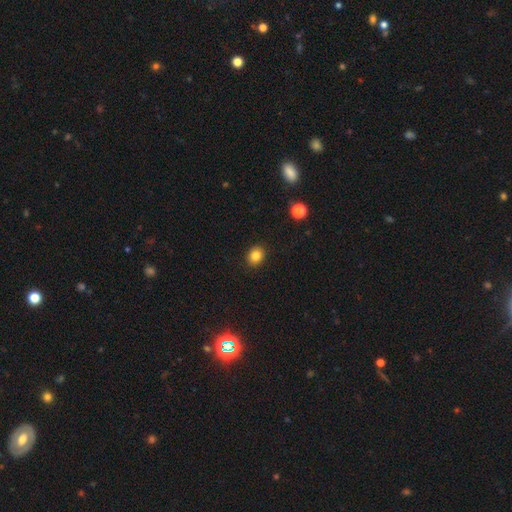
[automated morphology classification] smooth 84%, star or artifact 11%, featured or disk 6%. Down the decision tree: how rounded — round (60%); merging — none (91%).